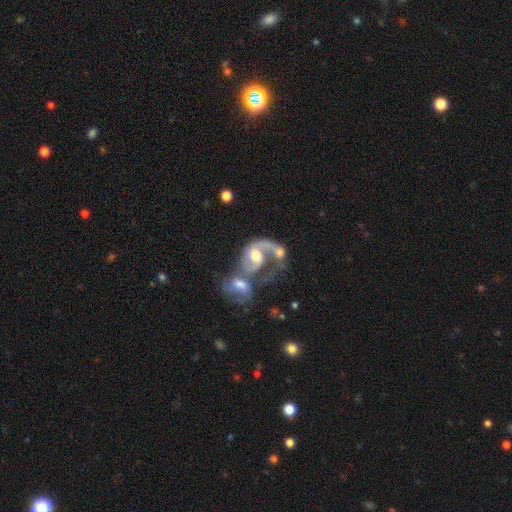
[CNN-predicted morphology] Smooth or featured?
  - featured or disk: 76% *
  - smooth: 18%
  - star or artifact: 6%
Edge-on disk?
  - no: 97% *
  - yes: 3%
Bar?
  - no: 52% *
  - weak: 36%
  - strong: 11%
Spiral arms?
  - yes: 86% *
  - no: 14%
Spiral winding?
  - loose: 42% *
  - medium: 39%
  - tight: 19%
Spiral arm count?
  - 1: 53% *
  - 2: 37%
  - can't tell: 7%
  - 3: 1%
  - 4: 1%
  - more than 4: 1%
Bulge size?
  - moderate: 65% *
  - large: 19%
  - small: 11%
  - none: 3%
  - dominant: 2%
Merging?
  - merger: 69% *
  - major disturbance: 13%
  - none: 12%
  - minor disturbance: 6%